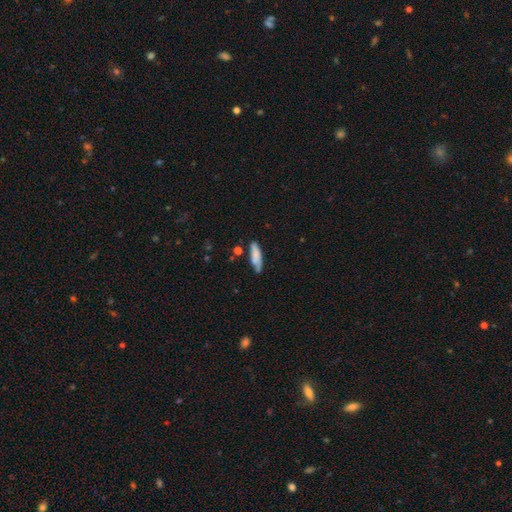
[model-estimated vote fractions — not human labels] A smooth galaxy with no disk features (76%) that is cigar-shaped (59%).

Vote fractions:
- Smooth or featured? smooth: 76% / featured or disk: 17% / star or artifact: 7%
- How rounded? cigar-shaped: 59% / in between: 39% / round: 2%
- Merging? none: 67% / minor disturbance: 23% / merger: 6% / major disturbance: 5%